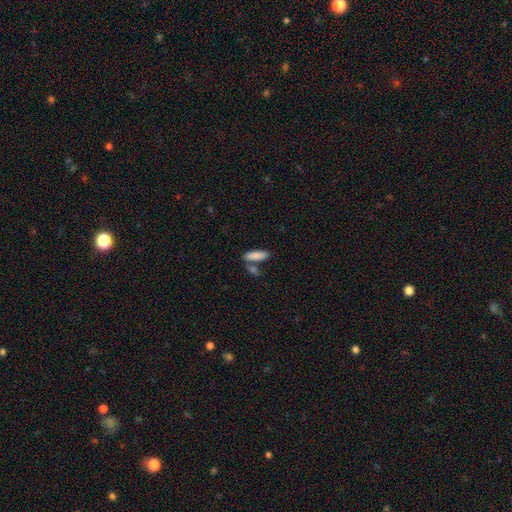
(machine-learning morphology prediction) A smooth galaxy with no disk features (87%) that is in between round and cigar-shaped (50%).

Vote fractions:
- Smooth or featured? smooth: 87% / featured or disk: 7% / star or artifact: 7%
- How rounded? in between: 50% / cigar-shaped: 47% / round: 2%
- Merging? none: 61% / merger: 25% / minor disturbance: 11% / major disturbance: 3%